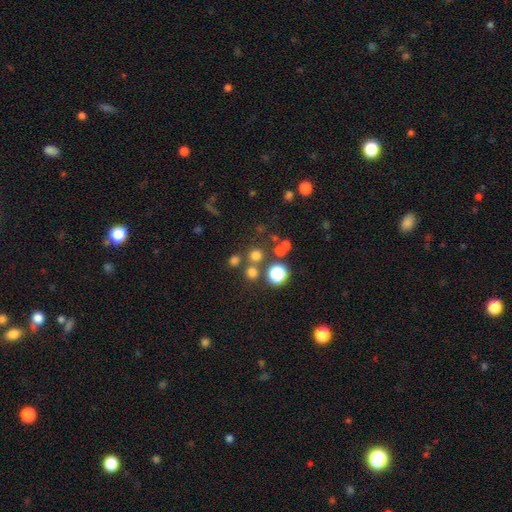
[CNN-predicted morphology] smooth-or-featured: smooth: 67% | star or artifact: 25% | featured or disk: 8%
  how-rounded: round: 91% | in between: 8% | cigar-shaped: 1%
  merging: none: 73% | merger: 16% | minor disturbance: 7% | major disturbance: 4%